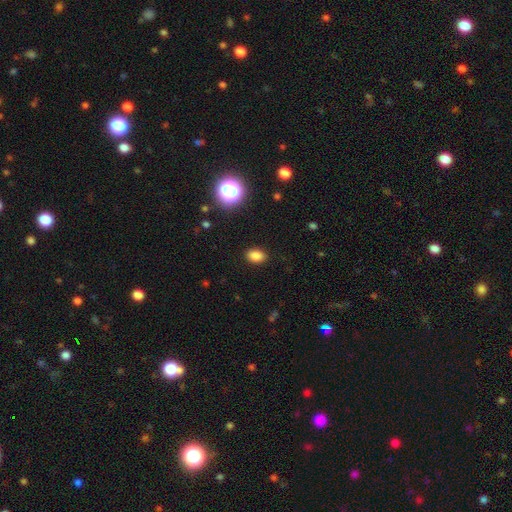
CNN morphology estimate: smooth 83%, star or artifact 12%, featured or disk 4%. Down the decision tree: how rounded — in between (77%); merging — none (89%).